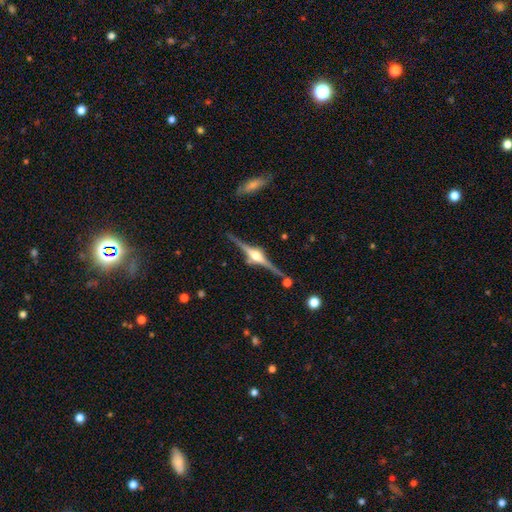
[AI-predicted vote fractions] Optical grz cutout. It shows a featured or disk galaxy (89%) viewed edge-on (98%) with a rounded central bulge (93%). Merging: none (86%).